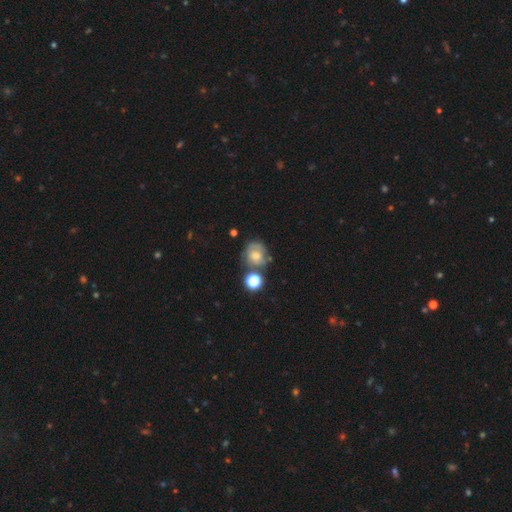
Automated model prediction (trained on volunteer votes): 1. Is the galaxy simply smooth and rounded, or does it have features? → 48% smooth, 39% featured or disk, 13% star or artifact.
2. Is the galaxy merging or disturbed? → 49% none, 22% minor disturbance, 16% merger, 12% major disturbance.